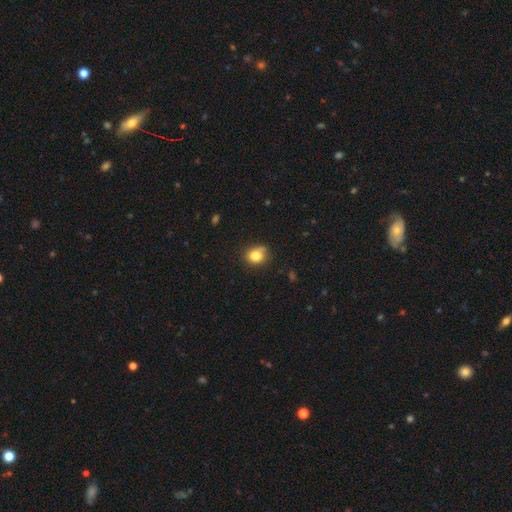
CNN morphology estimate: Smooth or featured: smooth — 80% (star or artifact — 11%)
How rounded: round — 66% (in between — 33%)
Merging: none — 63% (minor disturbance — 25%)